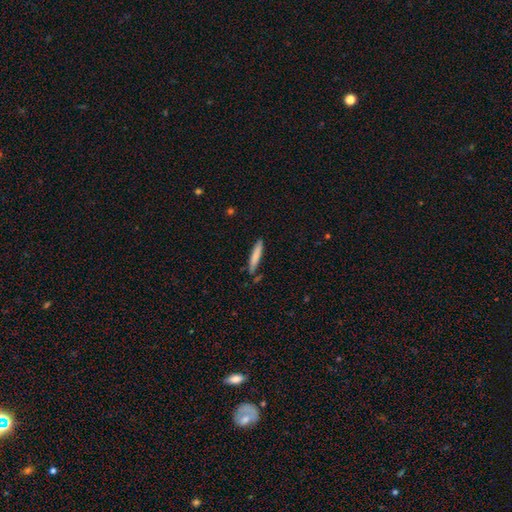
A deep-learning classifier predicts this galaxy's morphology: This is likely a smooth galaxy (79%). How rounded: clearly cigar-shaped (89%). Merging: likely none (77%).